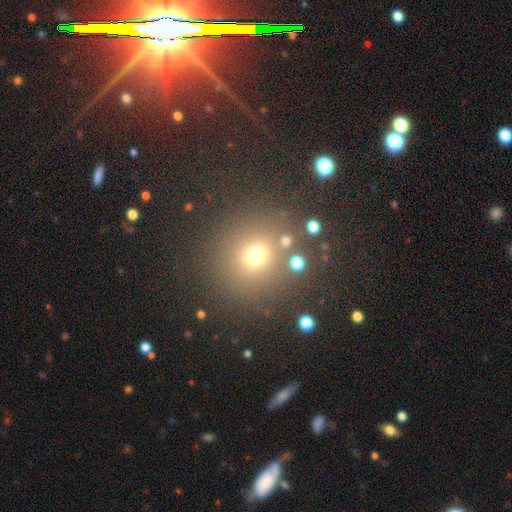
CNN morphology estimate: This is likely a smooth galaxy (66%). How rounded: clearly round (87%). Merging: clearly none (81%).